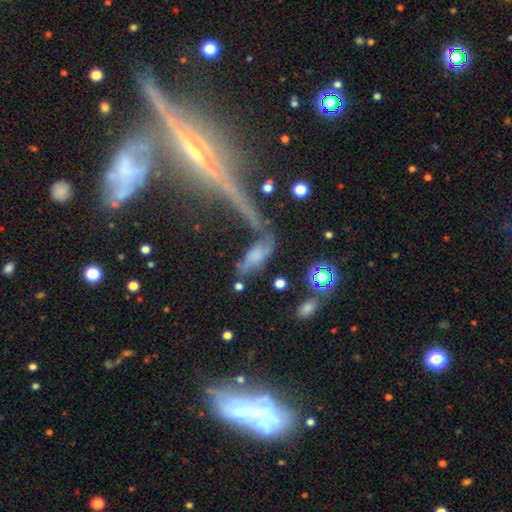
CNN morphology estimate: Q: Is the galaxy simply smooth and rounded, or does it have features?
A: smooth — 49%.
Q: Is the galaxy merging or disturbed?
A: none — 36%.